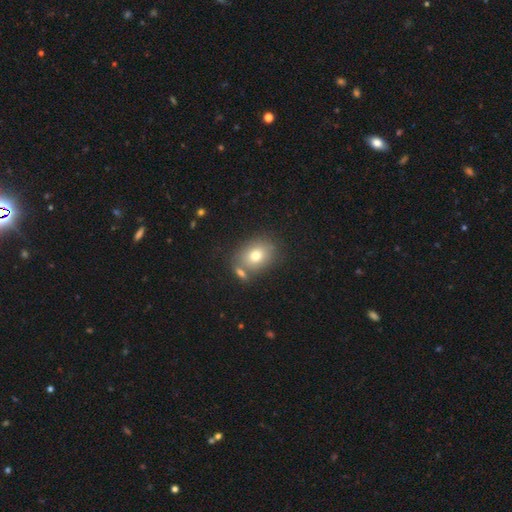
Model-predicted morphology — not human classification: The model was most divided on "how rounded": in between: 62%, round: 37%, cigar-shaped: 1%. More confident: smooth or featured — smooth (75%); merging — none (66%).